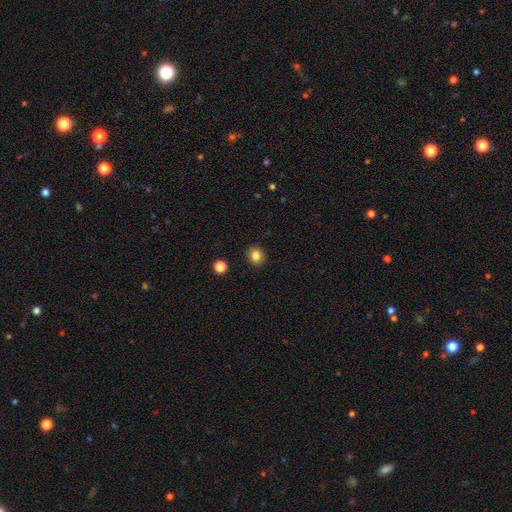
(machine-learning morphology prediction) This is clearly a smooth galaxy (84%). How rounded: likely round (78%). Merging: clearly none (90%).